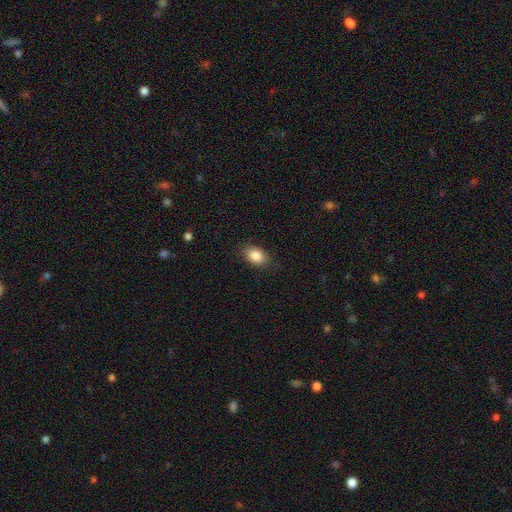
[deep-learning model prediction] Smooth or featured: smooth — 86% (star or artifact — 8%)
How rounded: in between — 81% (round — 17%)
Merging: none — 84% (minor disturbance — 12%)